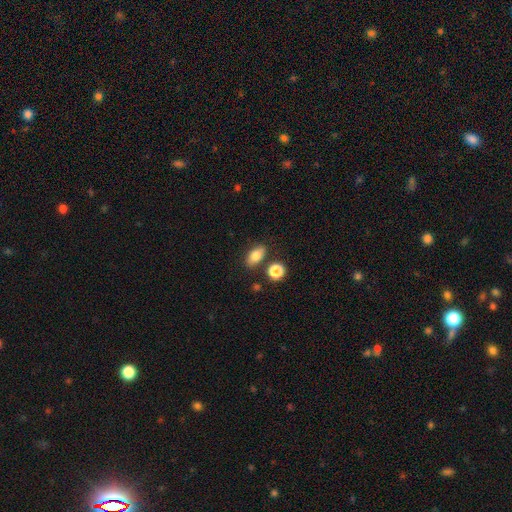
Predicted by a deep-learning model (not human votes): Q: Smooth or featured?
A: smooth (81%); runner-up: featured or disk (10%)
Q: How rounded?
A: in between (85%); runner-up: round (11%)
Q: Merging?
A: none (80%); runner-up: minor disturbance (11%)